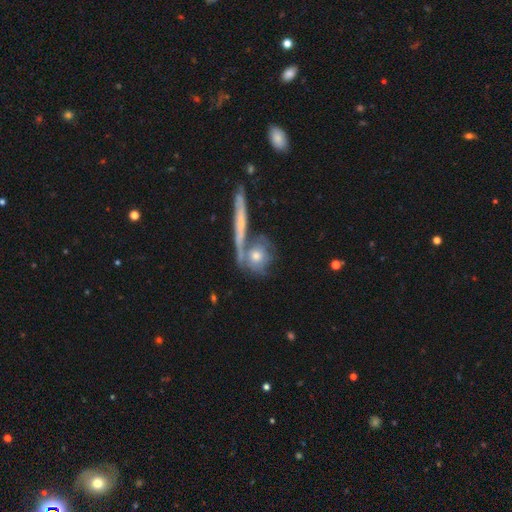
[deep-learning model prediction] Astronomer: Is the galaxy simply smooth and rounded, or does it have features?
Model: featured or disk — 48% (runner-up: smooth, 44%).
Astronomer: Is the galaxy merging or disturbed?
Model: none — 54%.